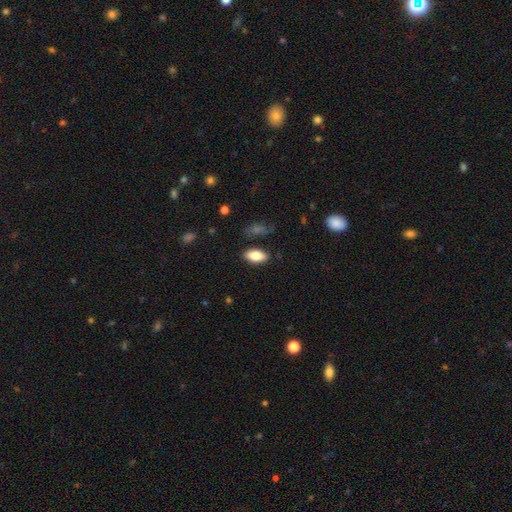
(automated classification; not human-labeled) This is clearly a smooth galaxy (83%). How rounded: clearly in between (91%). Merging: clearly none (83%).